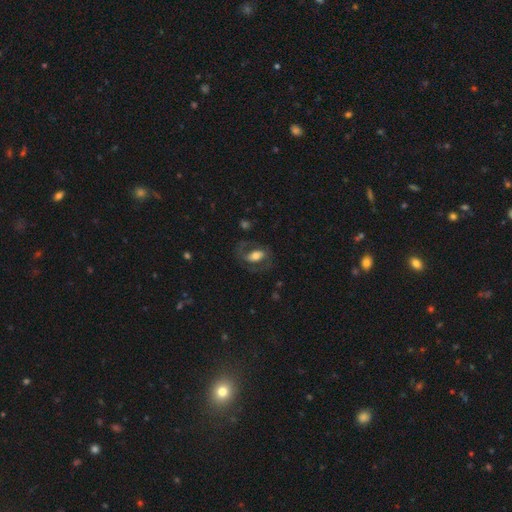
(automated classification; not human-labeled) Smooth or featured? Predicted: featured or disk (p=0.56). Edge-on disk? Predicted: no (p=0.93). Bar? Predicted: no (p=0.38). Spiral arms? Predicted: yes (p=0.71). Bulge size? Predicted: moderate (p=0.49). Merging? Predicted: none (p=0.62).